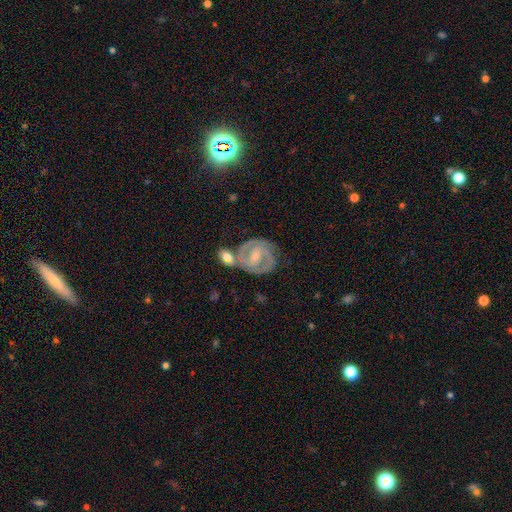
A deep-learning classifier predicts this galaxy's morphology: Smooth or featured? featured or disk (83%)
Edge-on disk? no (97%)
Bar? weak (51%)
Spiral arms? yes (94%)
Spiral winding? tight (51%)
Spiral arm count? 2 (76%)
Bulge size? small (59%)
Merging? none (57%)